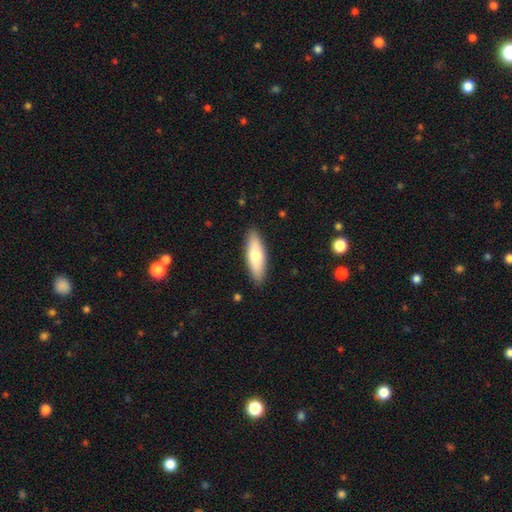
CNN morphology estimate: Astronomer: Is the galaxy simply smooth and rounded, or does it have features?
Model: smooth — 70%.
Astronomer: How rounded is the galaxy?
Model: in between — 50% (runner-up: cigar-shaped, 48%).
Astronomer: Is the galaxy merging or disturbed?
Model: none — 89%.